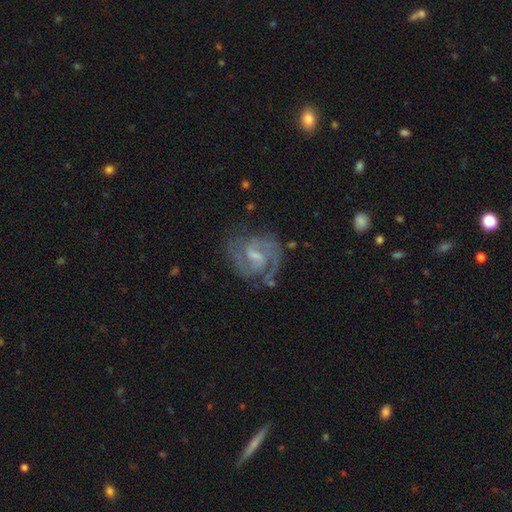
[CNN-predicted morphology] This appears to be a featured or disk galaxy (89%) with a weak bar (61%), 2 (77%) medium (50%) spiral arms (97%) and a small central bulge (45%). Merging: none (68%).